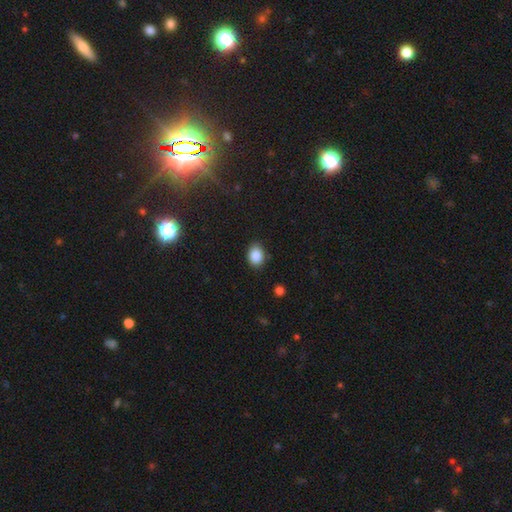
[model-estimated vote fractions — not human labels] A smooth galaxy with no disk features (87%) that is in between round and cigar-shaped (60%). Merging: none (86%).